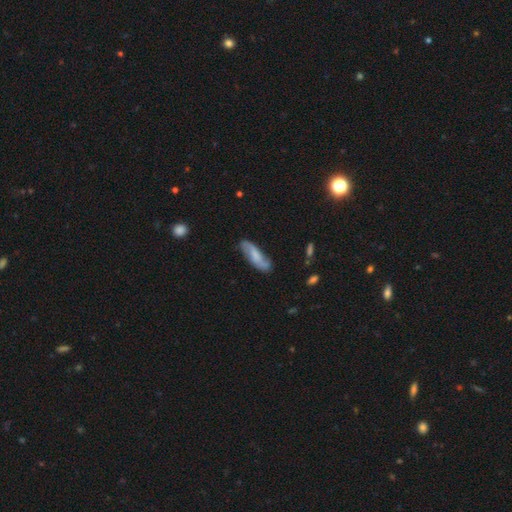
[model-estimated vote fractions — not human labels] Smooth or featured: featured or disk — 49% (smooth — 44%)
Merging: none — 73% (minor disturbance — 20%)